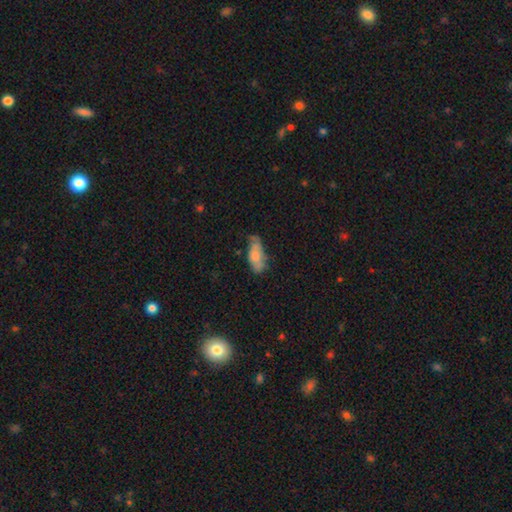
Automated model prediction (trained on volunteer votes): Overall: smooth (69%). How rounded: in between (82%). Merging: none (44%; minor disturbance 38%).